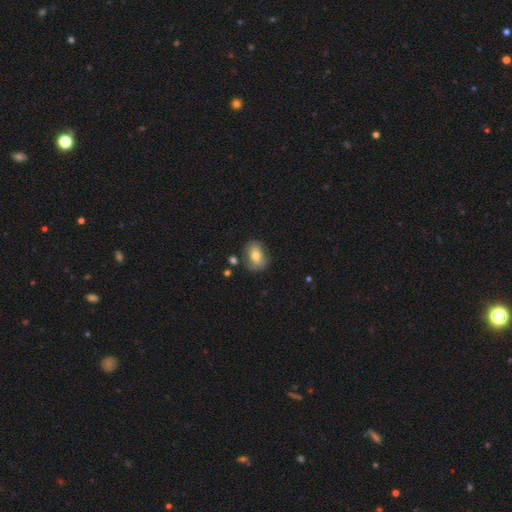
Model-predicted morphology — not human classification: A smooth galaxy with no disk features (73%) that is in between round and cigar-shaped (72%). Merging: none (72%).